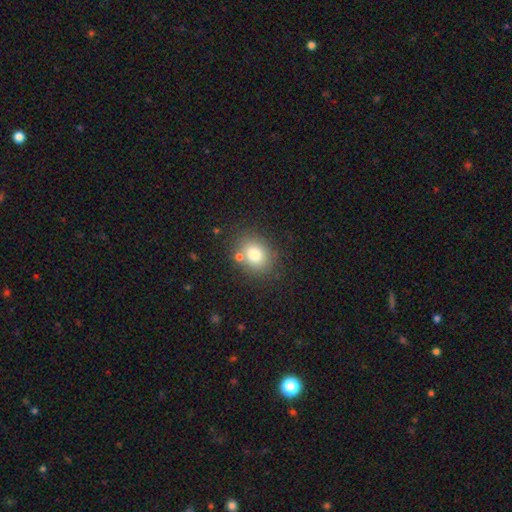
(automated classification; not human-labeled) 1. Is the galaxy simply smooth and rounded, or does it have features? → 78% smooth, 11% star or artifact, 11% featured or disk.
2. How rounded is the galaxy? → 53% round, 46% in between, 1% cigar-shaped.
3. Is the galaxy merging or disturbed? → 74% none, 12% minor disturbance, 10% merger, 4% major disturbance.